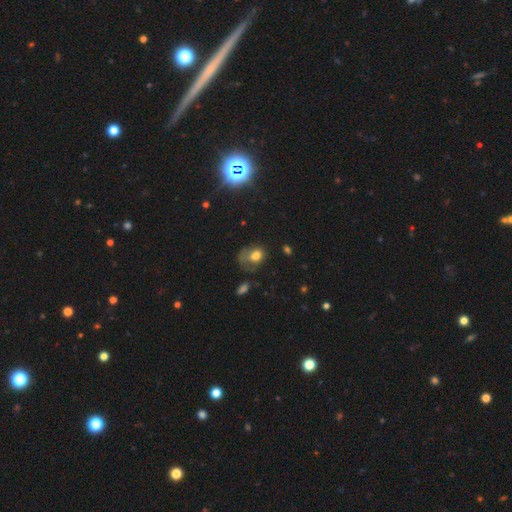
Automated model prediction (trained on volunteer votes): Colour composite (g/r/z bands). It shows a smooth galaxy with no disk features (69%) that is in between round and cigar-shaped (60%). Merging: major disturbance (38%).